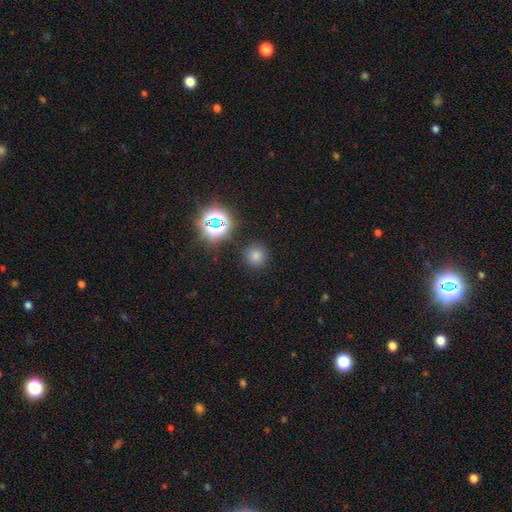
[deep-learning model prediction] This appears to be a smooth galaxy with no disk features (69%) that is round (93%). Merging: none (87%).